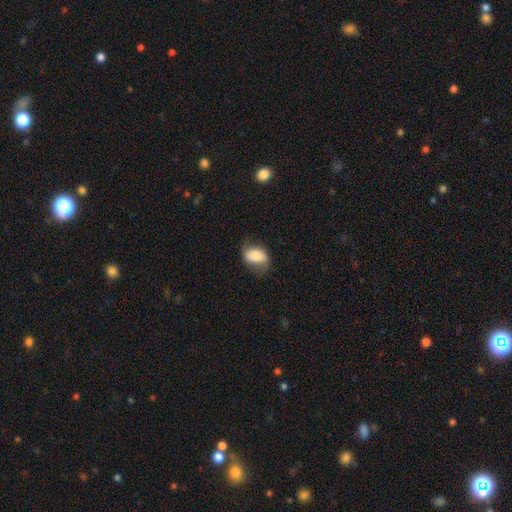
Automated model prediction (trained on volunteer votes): A smooth galaxy with no disk features (74%) that is in between round and cigar-shaped (82%). Merging: none (58%).